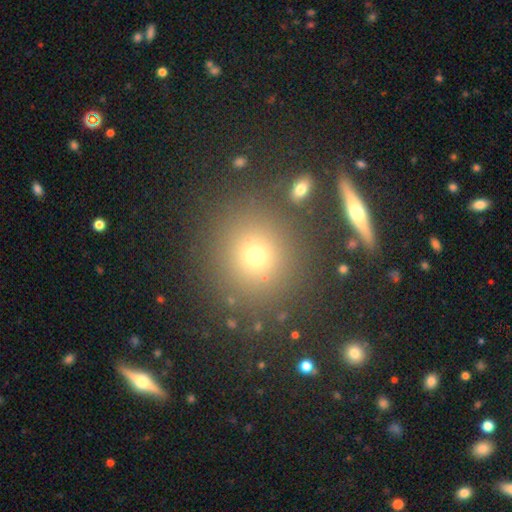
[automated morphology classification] Smooth or featured: smooth — 61% (star or artifact — 25%)
How rounded: round — 89% (in between — 9%)
Merging: none — 85% (minor disturbance — 8%)